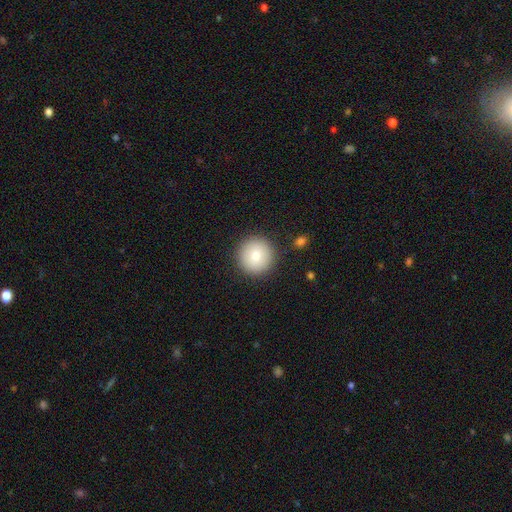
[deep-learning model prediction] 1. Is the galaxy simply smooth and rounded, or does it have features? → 80% smooth, 11% featured or disk, 9% star or artifact.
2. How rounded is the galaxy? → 96% round, 3% in between, 1% cigar-shaped.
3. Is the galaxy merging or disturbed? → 90% none, 6% minor disturbance, 2% major disturbance, 2% merger.